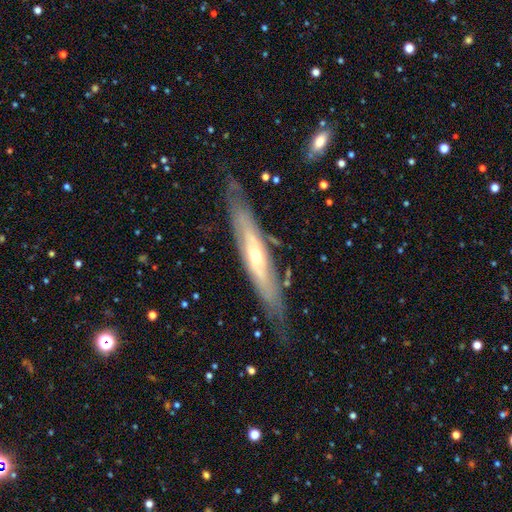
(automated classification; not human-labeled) Overall: featured or disk (74%). Edge-on disk: yes (53%; no 47%). Merging: none (74%).